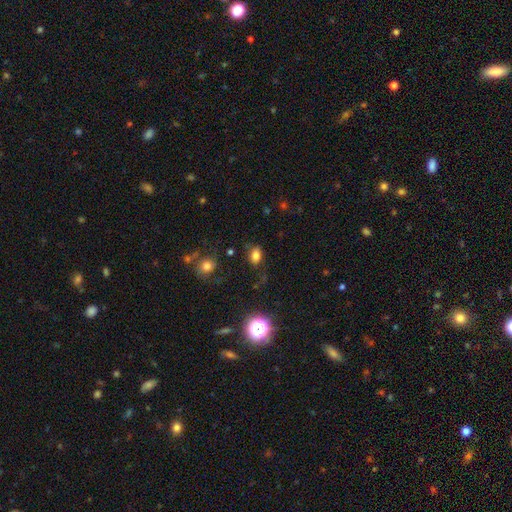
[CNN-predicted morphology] Smooth or featured?
  - smooth: 77% *
  - star or artifact: 15%
  - featured or disk: 8%
How rounded?
  - in between: 78% *
  - round: 20%
  - cigar-shaped: 2%
Merging?
  - none: 77% *
  - minor disturbance: 16%
  - major disturbance: 5%
  - merger: 3%